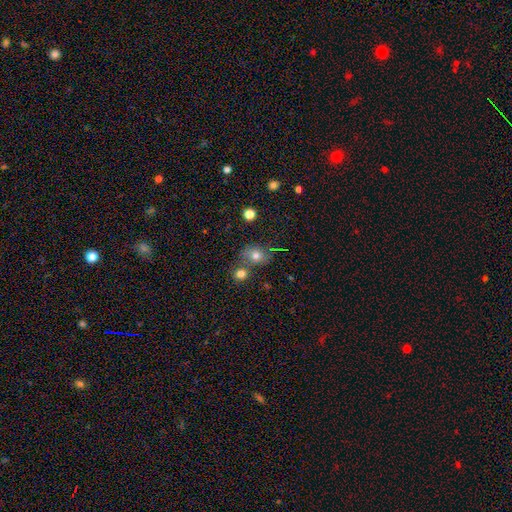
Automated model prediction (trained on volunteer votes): This appears to be a smooth galaxy with no disk features (73%) that is round (59%). Merging: none (59%).